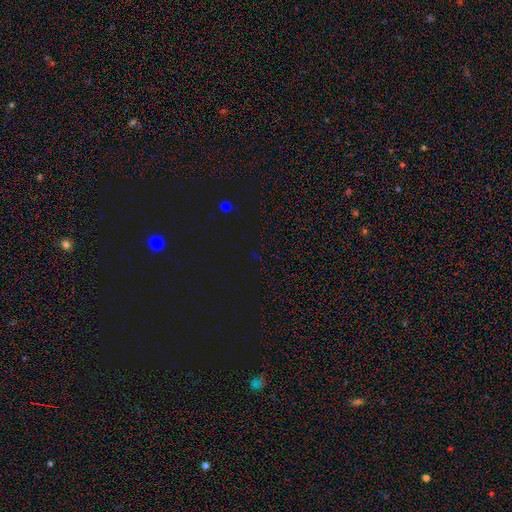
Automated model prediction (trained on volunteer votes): Smooth or featured? Predicted: star or artifact (p=0.74).